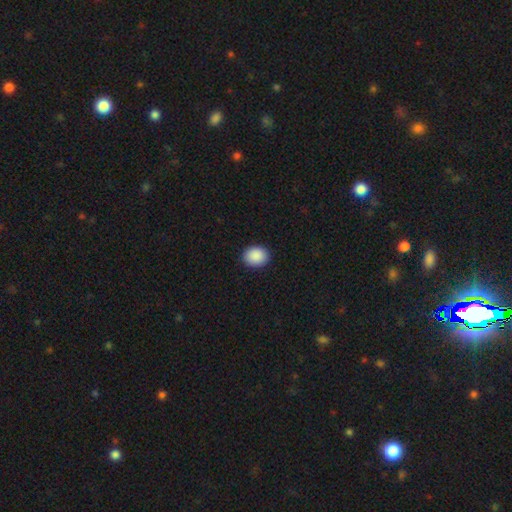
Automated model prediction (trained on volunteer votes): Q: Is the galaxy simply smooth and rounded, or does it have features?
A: smooth — 91%.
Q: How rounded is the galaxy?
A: round — 51%.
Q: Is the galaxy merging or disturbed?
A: none — 91%.